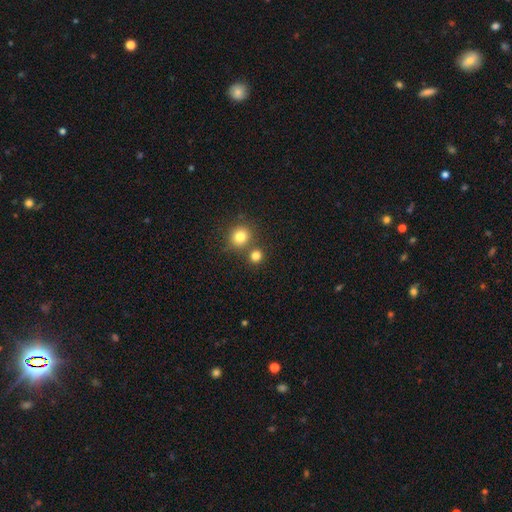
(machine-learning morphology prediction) This is clearly a smooth galaxy (81%). How rounded: clearly round (84%). Merging: likely none (67%).